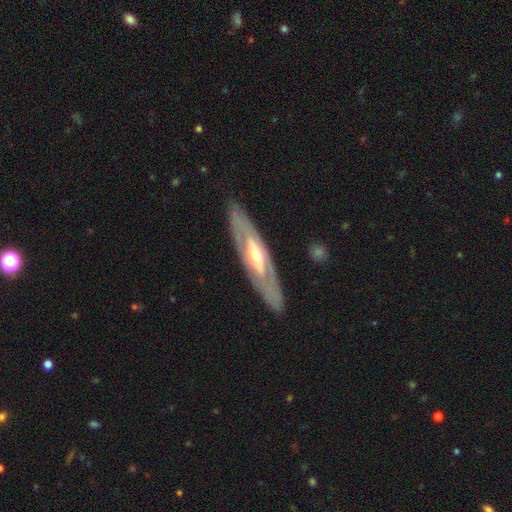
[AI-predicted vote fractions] Smooth or featured? featured or disk (74%)
Edge-on disk? no (57%)
Merging? none (87%)